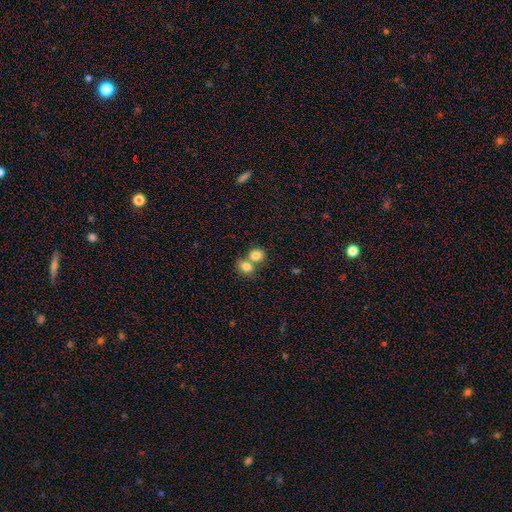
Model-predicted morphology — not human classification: A smooth galaxy with no disk features (82%) that is round (64%).

Vote fractions:
- Smooth or featured? smooth: 82% / star or artifact: 10% / featured or disk: 9%
- How rounded? round: 64% / in between: 35% / cigar-shaped: 1%
- Merging? merger: 54% / none: 37% / minor disturbance: 7% / major disturbance: 3%